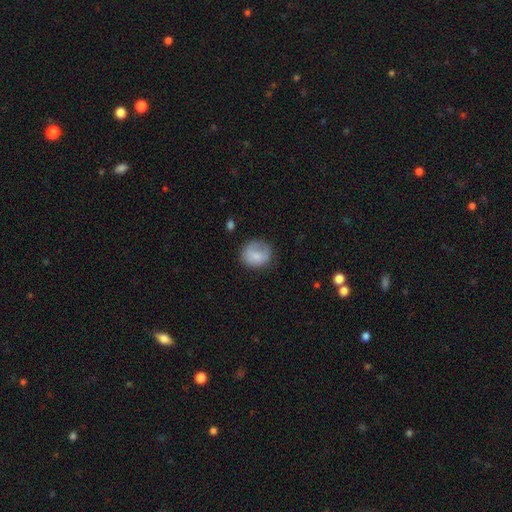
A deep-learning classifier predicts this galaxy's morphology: smooth_or_featured: smooth (p=0.77) [alt: featured or disk p=0.15]
how_rounded: round (p=0.76) [alt: in between p=0.23]
merging: none (p=0.63) [alt: minor disturbance p=0.24]